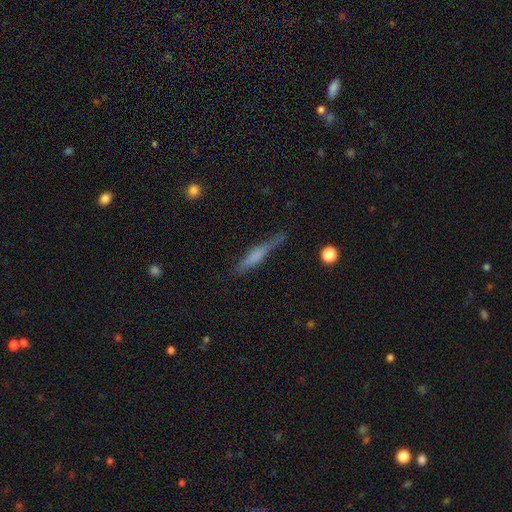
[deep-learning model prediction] smooth_or_featured: smooth (p=0.48) [alt: featured or disk p=0.44]
merging: none (p=0.72) [alt: minor disturbance p=0.20]